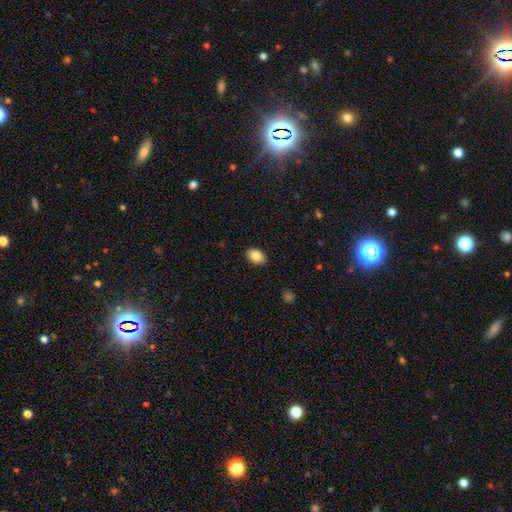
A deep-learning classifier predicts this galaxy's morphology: smooth 85%, star or artifact 8%, featured or disk 7%. Down the decision tree: how rounded — in between (83%); merging — none (89%).